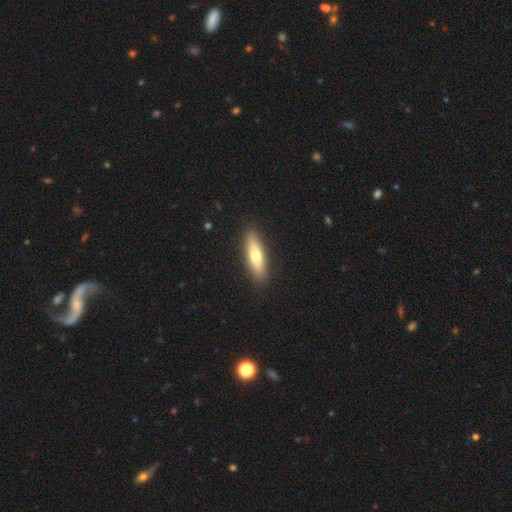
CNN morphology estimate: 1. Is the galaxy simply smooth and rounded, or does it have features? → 66% smooth, 28% featured or disk, 6% star or artifact.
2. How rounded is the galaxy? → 58% cigar-shaped, 40% in between, 2% round.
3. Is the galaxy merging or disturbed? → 89% none, 8% minor disturbance, 2% major disturbance, 1% merger.